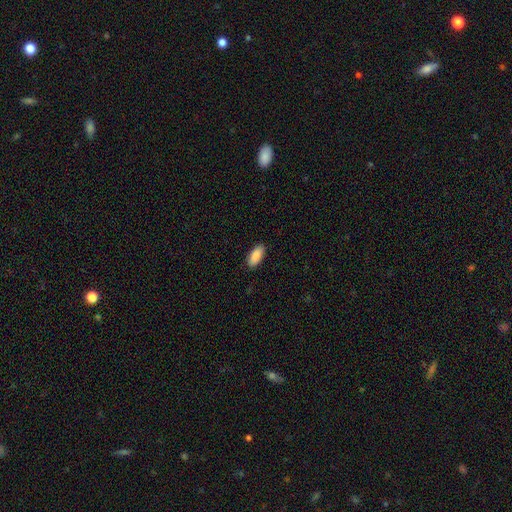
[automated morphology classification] smooth 88%, star or artifact 6%, featured or disk 6%. Down the decision tree: how rounded — in between (88%); merging — none (89%).